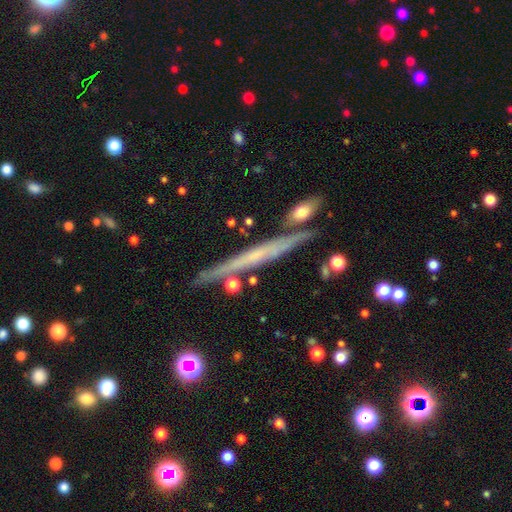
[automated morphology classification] Smooth or featured? Predicted: featured or disk (p=0.63). Edge-on disk? Predicted: yes (p=0.96). Edge-on bulge? Predicted: none (p=0.78). Merging? Predicted: none (p=0.84).